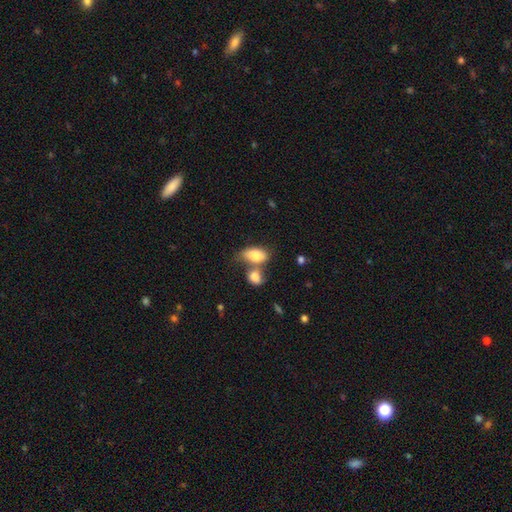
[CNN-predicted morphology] smooth 82%, featured or disk 11%, star or artifact 7%. Down the decision tree: how rounded — in between (90%); merging — merger (50%).